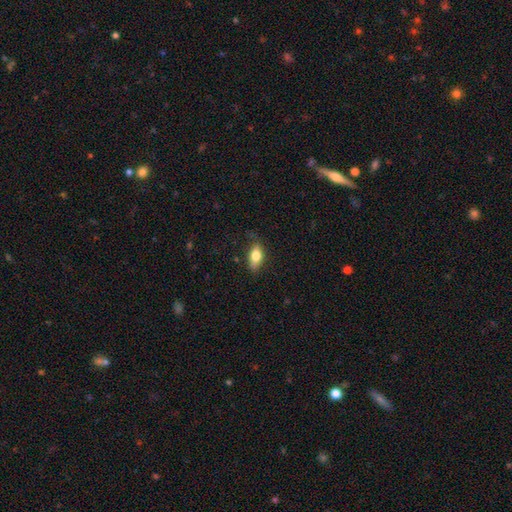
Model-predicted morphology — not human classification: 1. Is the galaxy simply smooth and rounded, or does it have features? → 75% smooth, 18% featured or disk, 7% star or artifact.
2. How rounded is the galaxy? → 83% in between, 11% cigar-shaped, 6% round.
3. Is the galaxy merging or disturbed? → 77% none, 18% minor disturbance, 4% major disturbance, 1% merger.